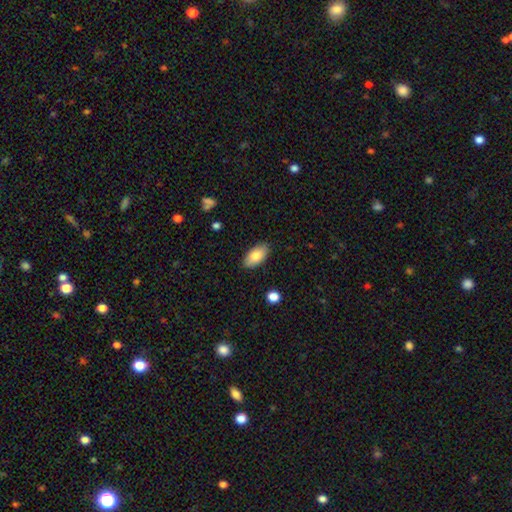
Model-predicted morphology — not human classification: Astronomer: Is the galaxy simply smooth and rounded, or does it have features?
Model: smooth — 81%.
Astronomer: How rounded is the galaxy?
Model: in between — 94%.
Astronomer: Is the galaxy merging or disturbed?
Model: none — 86%.